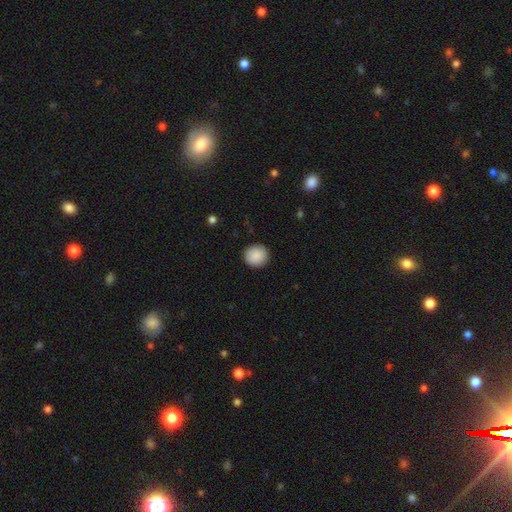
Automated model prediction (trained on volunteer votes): smooth_or_featured: smooth (p=0.90) [alt: star or artifact p=0.07]
how_rounded: round (p=0.91) [alt: in between p=0.09]
merging: none (p=0.91) [alt: minor disturbance p=0.06]